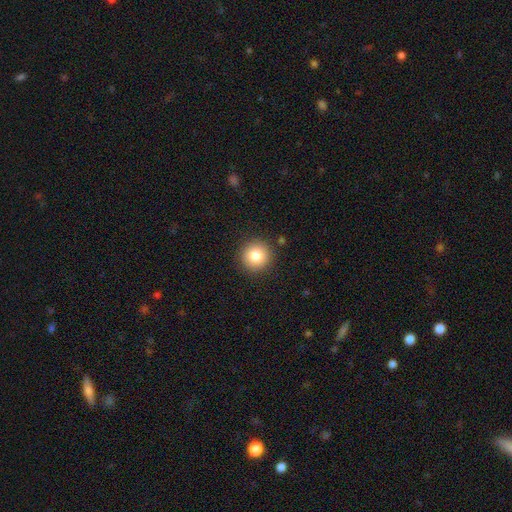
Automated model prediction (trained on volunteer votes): Smooth or featured? Predicted: smooth (p=0.82). How rounded? Predicted: round (p=0.95). Merging? Predicted: none (p=0.90).